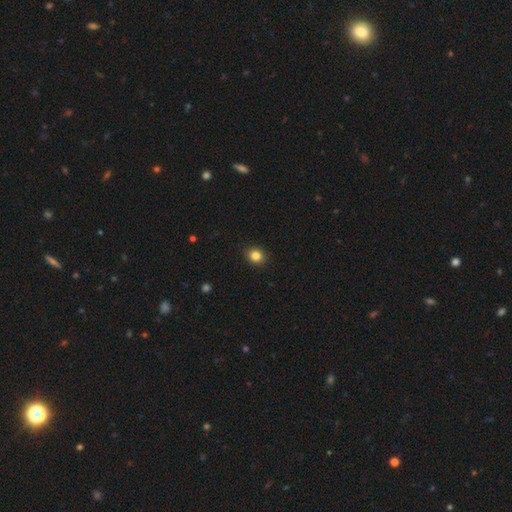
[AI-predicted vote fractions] The model was most divided on "how rounded": round: 75%, in between: 24%, cigar-shaped: 1%. More confident: merging — none (91%); smooth or featured — smooth (84%).